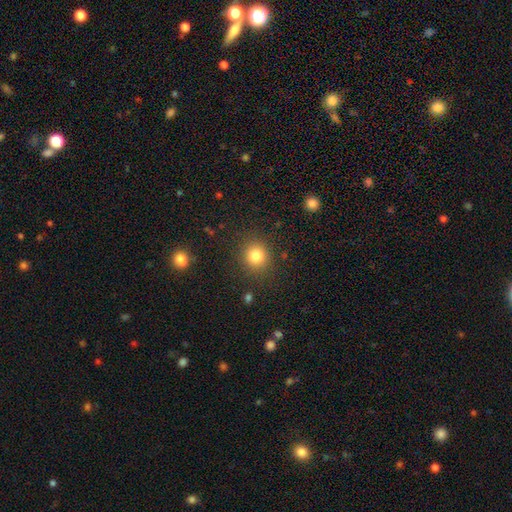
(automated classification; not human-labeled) Smooth or featured? smooth (81%)
How rounded? round (86%)
Merging? none (87%)